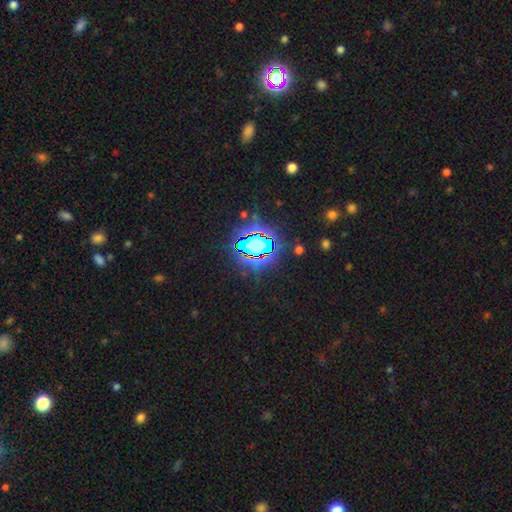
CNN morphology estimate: Smooth or featured?
  - star or artifact: 78% *
  - smooth: 13%
  - featured or disk: 9%